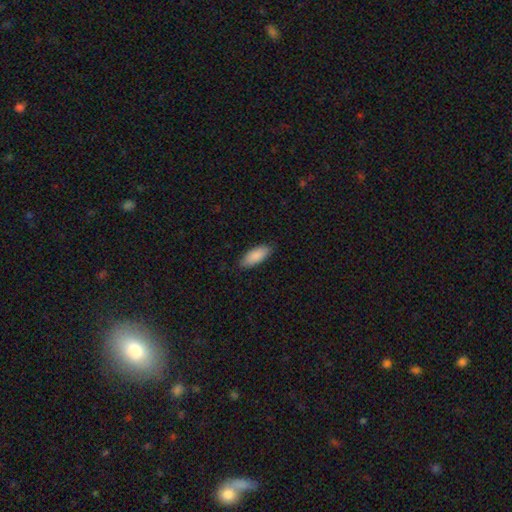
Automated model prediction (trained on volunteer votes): Smooth or featured? Predicted: smooth (p=0.89). How rounded? Predicted: in between (p=0.82). Merging? Predicted: none (p=0.84).